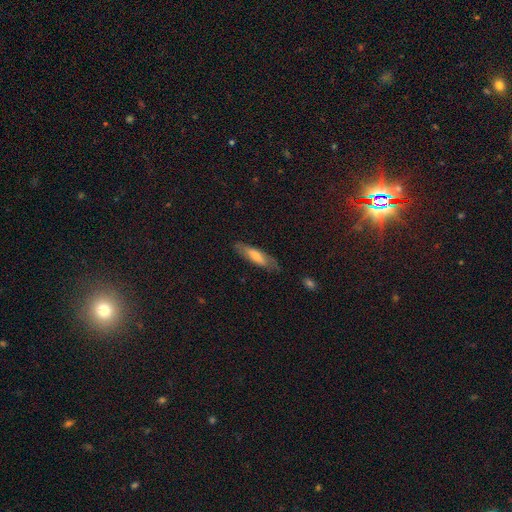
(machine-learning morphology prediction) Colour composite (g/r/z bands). It shows a smooth galaxy with no disk features (55%) that is cigar-shaped (64%). Merging: none (79%).